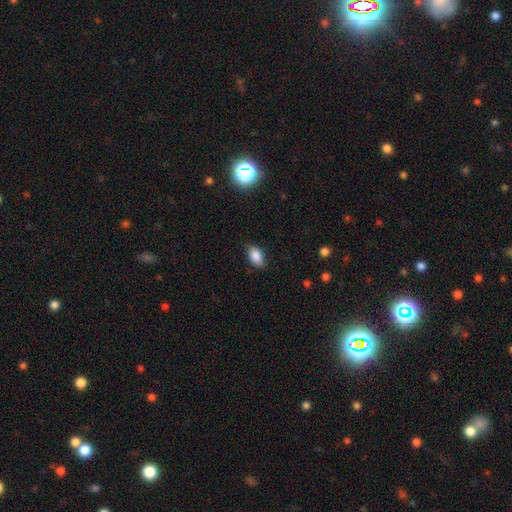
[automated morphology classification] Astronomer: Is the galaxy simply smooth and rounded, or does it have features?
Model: smooth — 86%.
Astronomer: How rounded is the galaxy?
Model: in between — 90%.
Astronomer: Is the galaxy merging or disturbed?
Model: none — 83%.